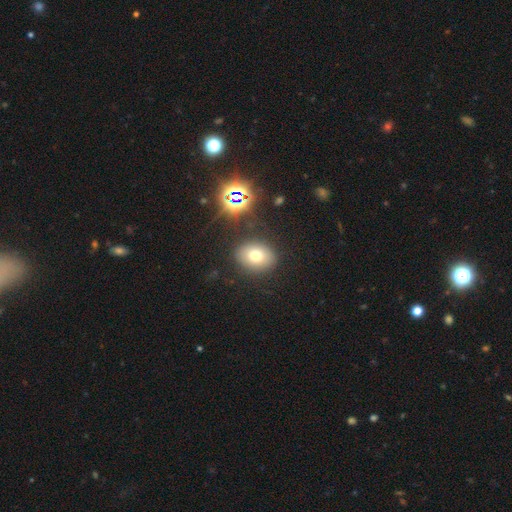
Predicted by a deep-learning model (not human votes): The model was most divided on "how rounded": round: 52%, in between: 47%, cigar-shaped: 1%. More confident: merging — none (85%); smooth or featured — smooth (71%).